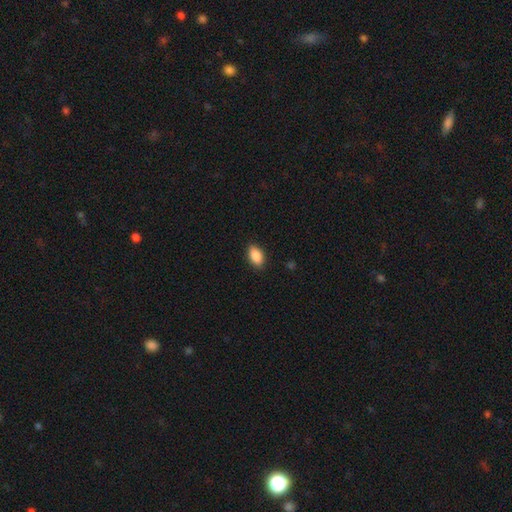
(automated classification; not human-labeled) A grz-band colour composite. It shows a smooth galaxy with no disk features (89%) that is in between round and cigar-shaped (92%). Merging: none (89%).